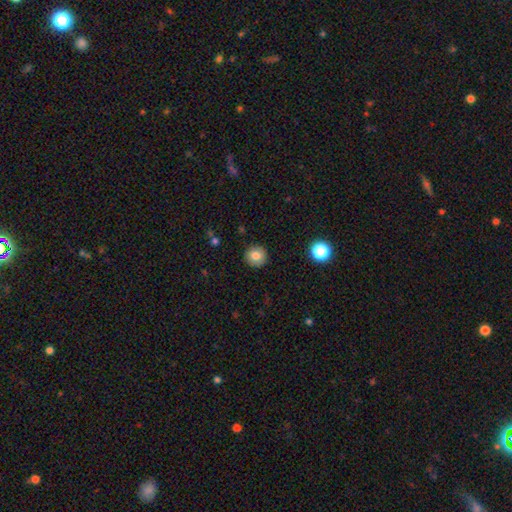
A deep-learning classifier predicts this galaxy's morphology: smooth-or-featured: smooth: 81% | star or artifact: 10% | featured or disk: 9%
  how-rounded: round: 93% | in between: 6% | cigar-shaped: 1%
  merging: none: 91% | minor disturbance: 6% | major disturbance: 2% | merger: 1%